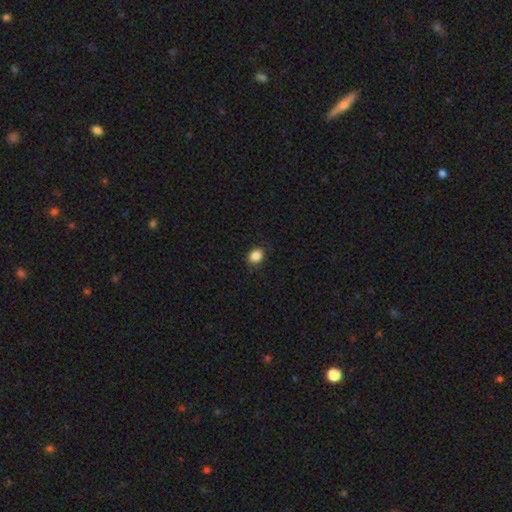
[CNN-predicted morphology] Q: Smooth or featured?
A: smooth (86%); runner-up: star or artifact (10%)
Q: How rounded?
A: in between (50%); runner-up: round (49%)
Q: Merging?
A: none (86%); runner-up: minor disturbance (11%)